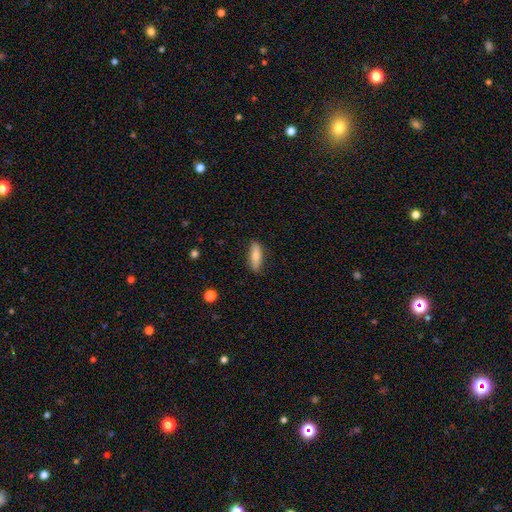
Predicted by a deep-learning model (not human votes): Smooth or featured? smooth (72%)
How rounded? cigar-shaped (54%)
Merging? none (84%)